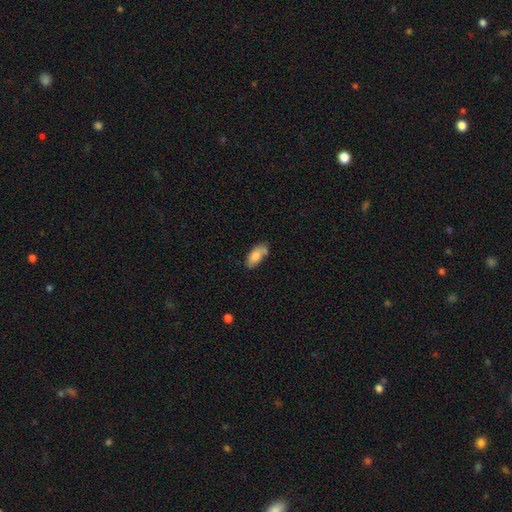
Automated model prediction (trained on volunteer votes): A smooth galaxy with no disk features (78%) that is in between round and cigar-shaped (89%). Merging: none (56%).